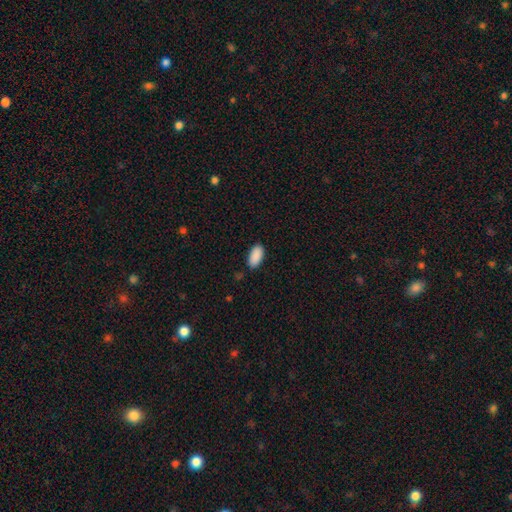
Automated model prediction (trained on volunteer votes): Overall: smooth (91%). How rounded: in between (93%). Merging: none (85%).